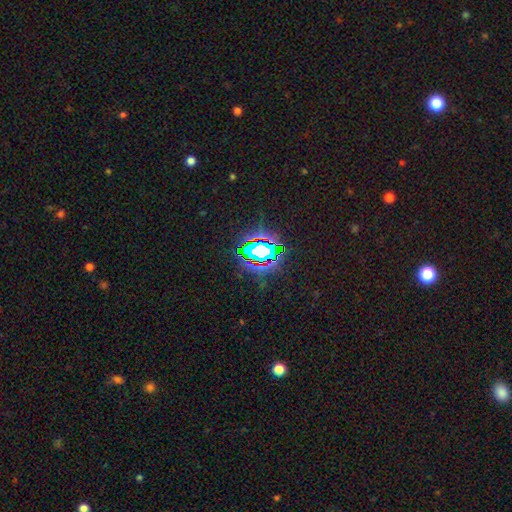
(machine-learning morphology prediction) Q: Smooth or featured?
A: star or artifact (80%); runner-up: smooth (13%)